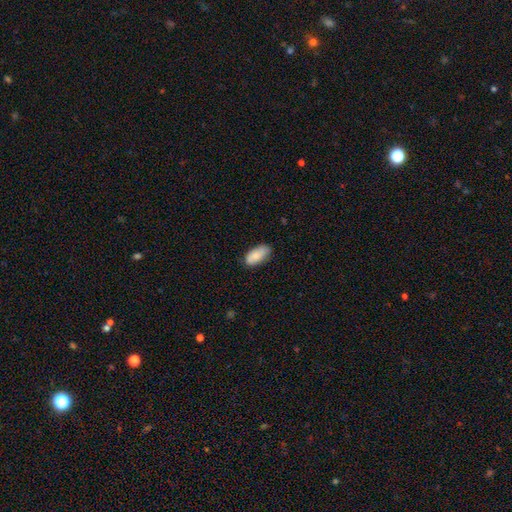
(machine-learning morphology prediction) This appears to be a smooth galaxy with no disk features (83%) that is in between round and cigar-shaped (91%). Merging: none (77%).